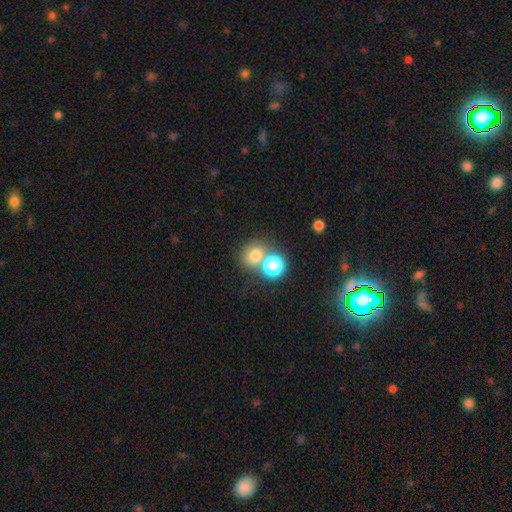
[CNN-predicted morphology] The model was most divided on "merging": none: 54%, merger: 33%, minor disturbance: 9%, major disturbance: 4%. More confident: how rounded — round (76%); smooth or featured — smooth (71%).